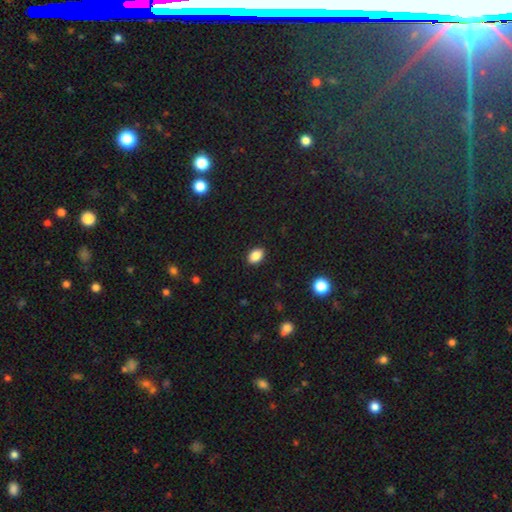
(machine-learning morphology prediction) This appears to be a smooth galaxy with no disk features (87%) that is in between round and cigar-shaped (83%). Merging: none (89%).